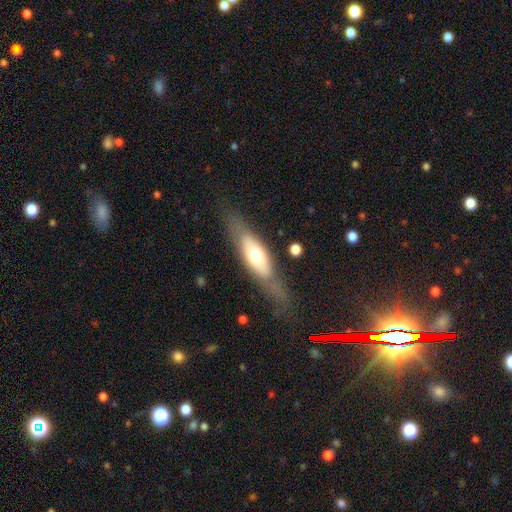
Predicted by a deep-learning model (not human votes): Overall: featured or disk (48%; smooth 46%). Merging: none (66%).